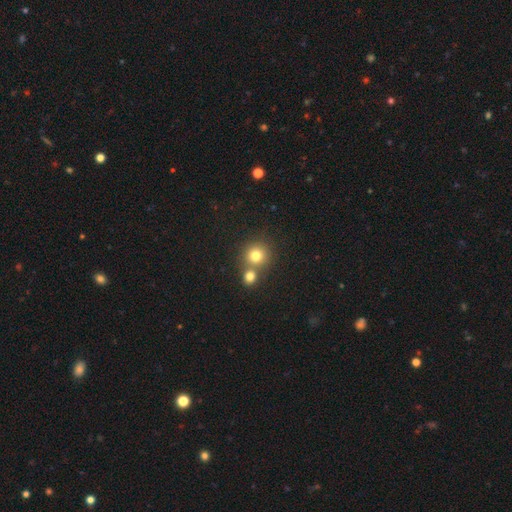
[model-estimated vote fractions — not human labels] This appears to be a smooth galaxy with no disk features (77%) that is round (90%). Merging: none (57%).